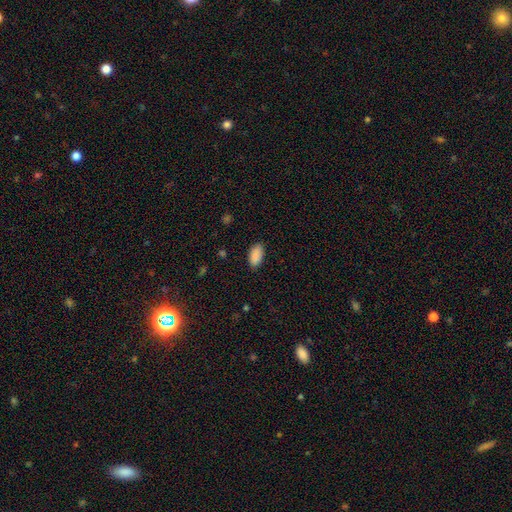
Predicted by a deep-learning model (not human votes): A smooth galaxy with no disk features (90%) that is in between round and cigar-shaped (94%).

Vote fractions:
- Smooth or featured? smooth: 90% / star or artifact: 7% / featured or disk: 3%
- How rounded? in between: 94% / cigar-shaped: 3% / round: 3%
- Merging? none: 86% / minor disturbance: 11% / major disturbance: 2% / merger: 1%